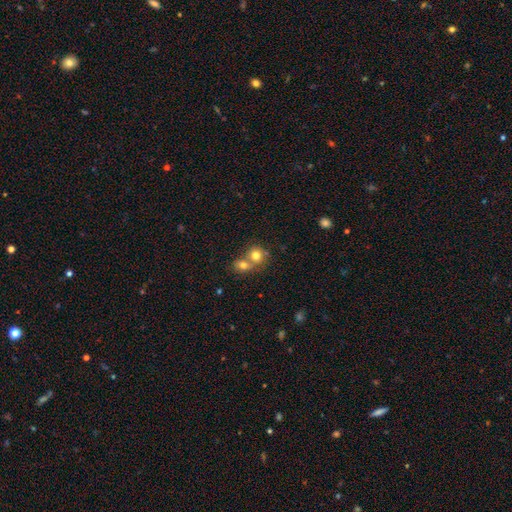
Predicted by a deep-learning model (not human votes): smooth_or_featured: smooth (p=0.76) [alt: featured or disk p=0.13]
how_rounded: round (p=0.80) [alt: in between p=0.19]
merging: merger (p=0.58) [alt: none p=0.34]